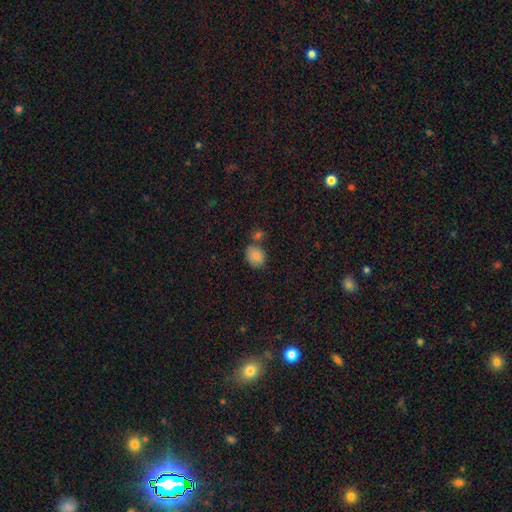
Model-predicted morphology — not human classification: A smooth galaxy with no disk features (81%) that is in between round and cigar-shaped (58%). Merging: none (57%).